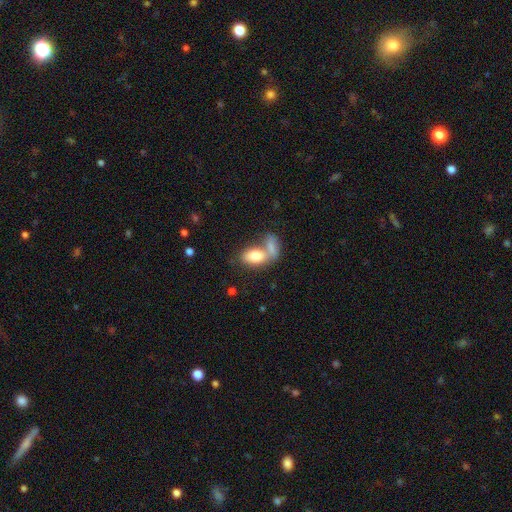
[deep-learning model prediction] smooth 78%, featured or disk 15%, star or artifact 7%. Down the decision tree: how rounded — in between (89%); merging — merger (55%).